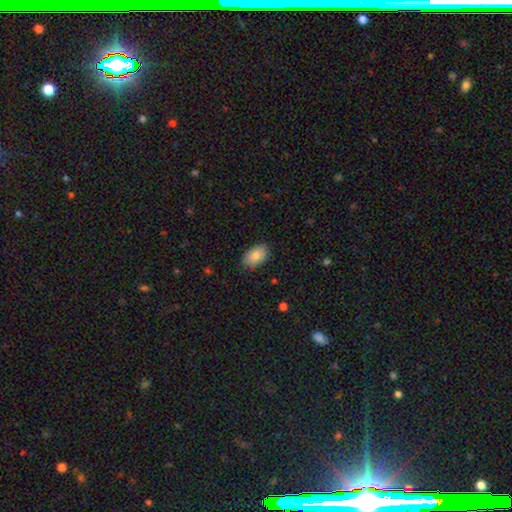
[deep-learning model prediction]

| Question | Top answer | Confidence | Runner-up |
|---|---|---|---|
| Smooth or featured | smooth | 86% | featured or disk (7%) |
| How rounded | in between | 91% | round (8%) |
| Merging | none | 86% | minor disturbance (11%) |